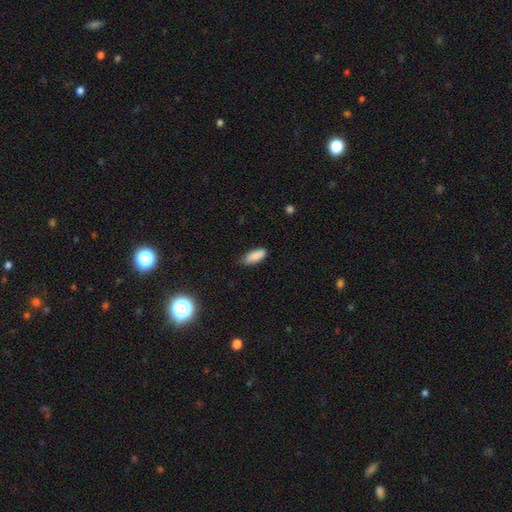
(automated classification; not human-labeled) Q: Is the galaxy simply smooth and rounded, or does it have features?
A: smooth — 86%.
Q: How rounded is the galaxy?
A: in between — 80%.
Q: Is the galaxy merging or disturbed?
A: none — 72%.